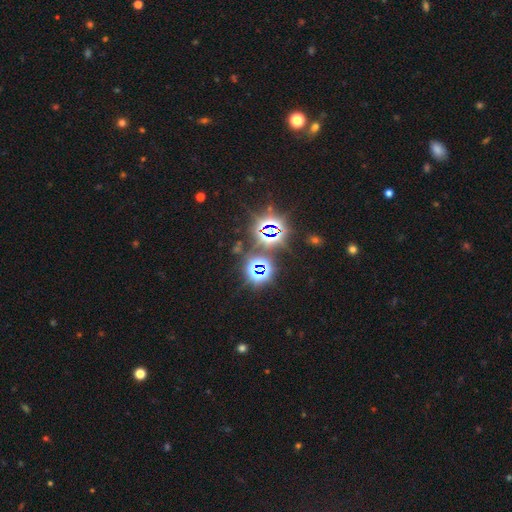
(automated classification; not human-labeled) Smooth or featured? Predicted: star or artifact (p=0.75).